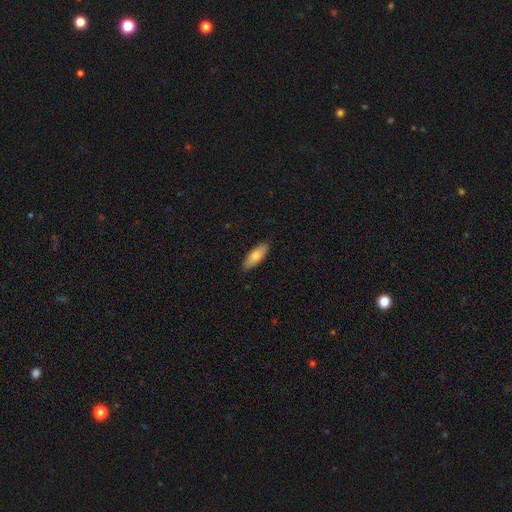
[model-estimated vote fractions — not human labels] The model was most divided on "how rounded": in between: 68%, cigar-shaped: 30%, round: 2%. More confident: merging — none (86%); smooth or featured — smooth (77%).